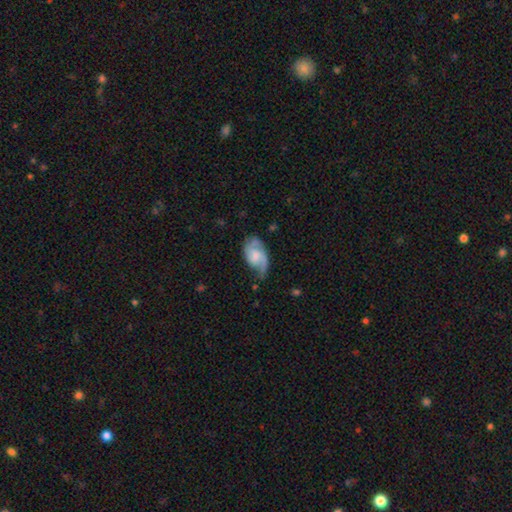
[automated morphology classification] smooth_or_featured: featured or disk (p=0.65) [alt: smooth p=0.29]
disk_edge_on: no (p=0.96) [alt: yes p=0.04]
bar: no (p=0.56) [alt: weak p=0.38]
has_spiral_arms: yes (p=0.90) [alt: no p=0.10]
spiral_winding: medium (p=0.46) [alt: loose p=0.29]
spiral_arm_count: 2 (p=0.62) [alt: 1 p=0.15]
bulge_size: moderate (p=0.35) [alt: small p=0.34]
merging: none (p=0.47) [alt: minor disturbance p=0.32]